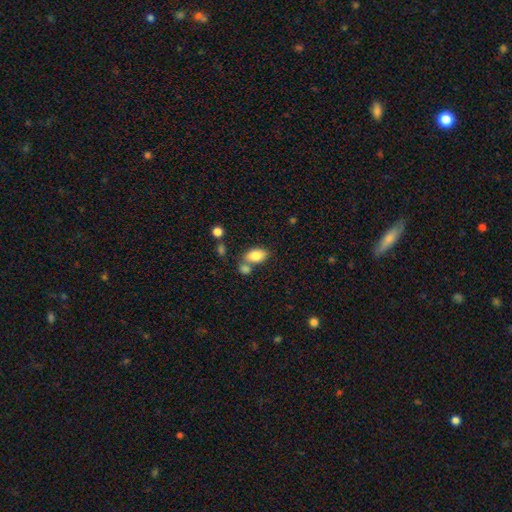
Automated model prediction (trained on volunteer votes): smooth-or-featured: smooth: 84% | featured or disk: 9% | star or artifact: 8%
  how-rounded: in between: 88% | round: 11% | cigar-shaped: 2%
  merging: none: 53% | merger: 30% | minor disturbance: 13% | major disturbance: 4%